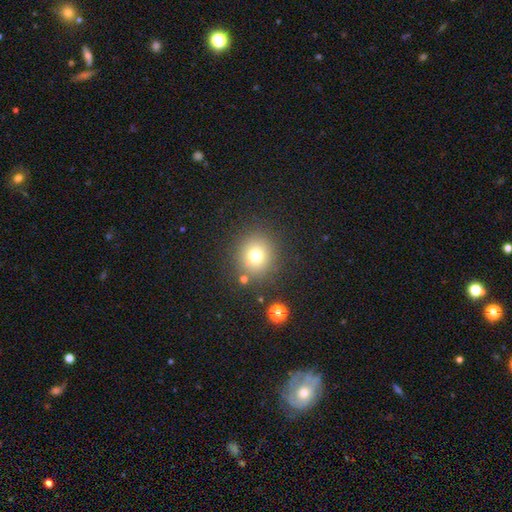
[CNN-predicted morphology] This is likely a smooth galaxy (74%). How rounded: clearly round (86%). Merging: clearly none (85%).